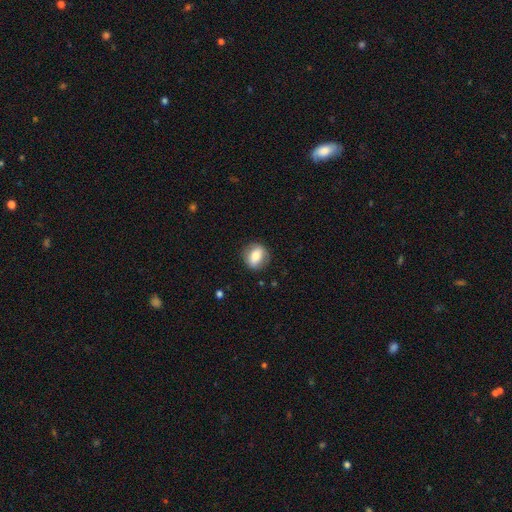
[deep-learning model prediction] Q: Smooth or featured?
A: smooth (69%); runner-up: featured or disk (23%)
Q: How rounded?
A: round (61%); runner-up: in between (37%)
Q: Merging?
A: none (83%); runner-up: minor disturbance (12%)